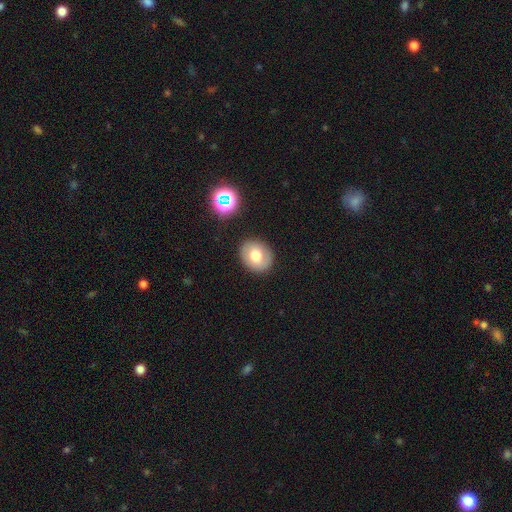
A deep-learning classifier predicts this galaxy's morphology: Smooth or featured? Predicted: smooth (p=0.68). How rounded? Predicted: round (p=0.64). Merging? Predicted: none (p=0.87).